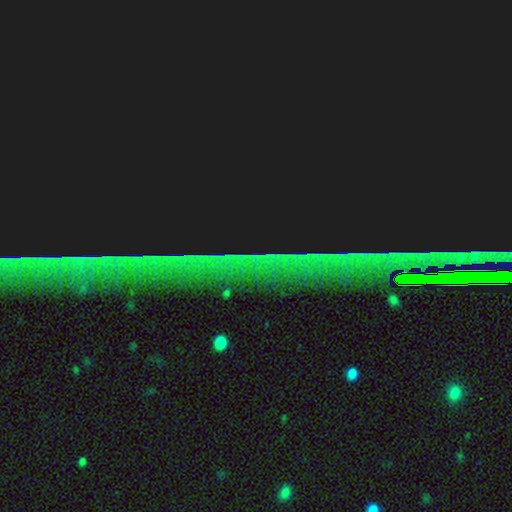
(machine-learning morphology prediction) smooth-or-featured: star or artifact: 86% | featured or disk: 8% | smooth: 6%